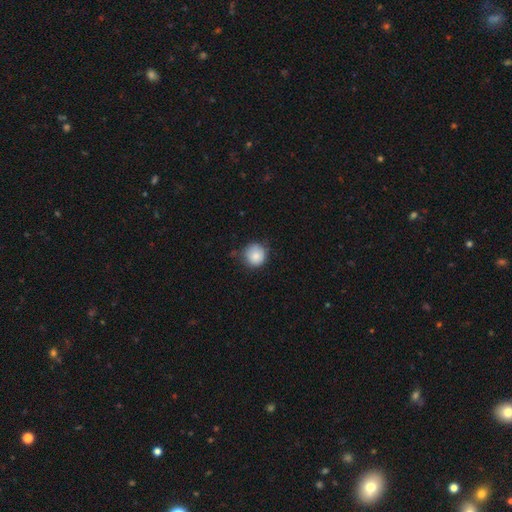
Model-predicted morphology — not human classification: A smooth galaxy with no disk features (85%) that is round (93%). Merging: none (70%).